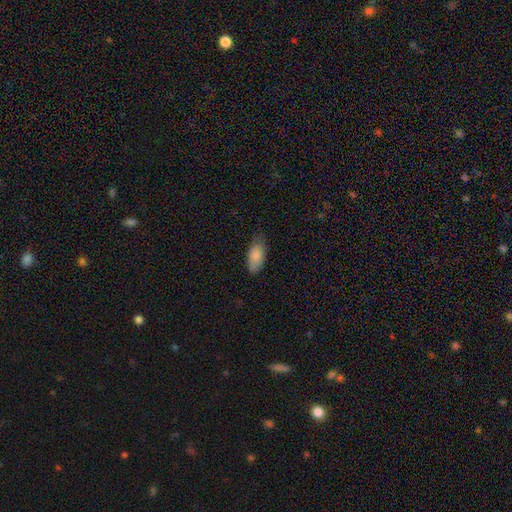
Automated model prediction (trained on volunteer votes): Smooth or featured: smooth — 84% (featured or disk — 9%)
How rounded: in between — 91% (cigar-shaped — 7%)
Merging: none — 63% (minor disturbance — 30%)